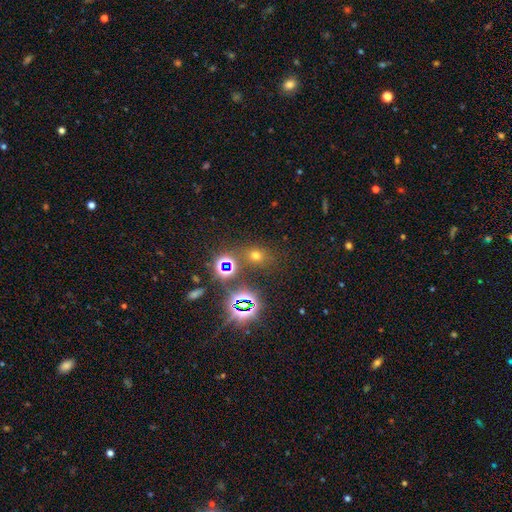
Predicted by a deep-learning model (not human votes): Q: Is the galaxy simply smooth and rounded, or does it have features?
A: smooth — 55%.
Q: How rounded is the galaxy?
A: round — 63%.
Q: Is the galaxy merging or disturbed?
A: none — 77%.